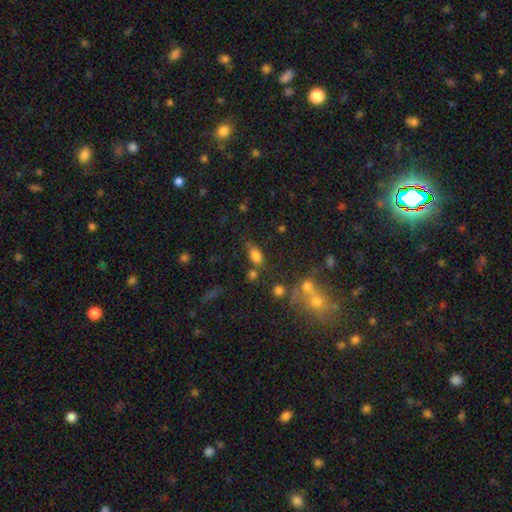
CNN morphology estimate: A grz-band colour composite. It shows a smooth galaxy with no disk features (79%) that is in between round and cigar-shaped (83%). Merging: none (56%).